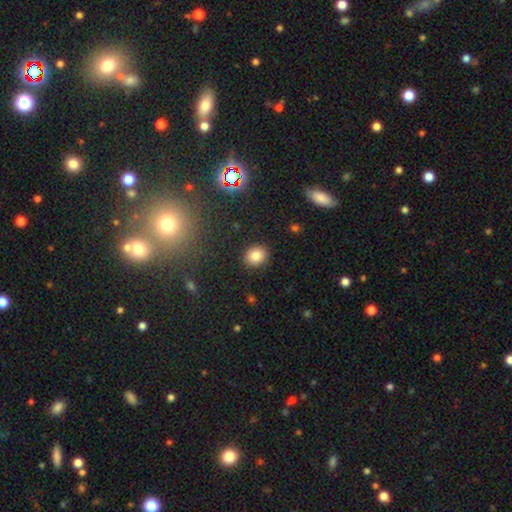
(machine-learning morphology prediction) Q: Smooth or featured?
A: smooth (82%); runner-up: star or artifact (11%)
Q: How rounded?
A: round (67%); runner-up: in between (32%)
Q: Merging?
A: none (89%); runner-up: minor disturbance (8%)